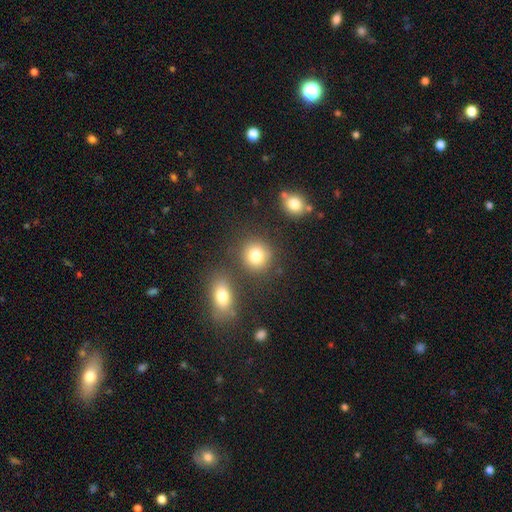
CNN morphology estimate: A smooth galaxy with no disk features (82%) that is round (83%).

Vote fractions:
- Smooth or featured? smooth: 82% / star or artifact: 11% / featured or disk: 8%
- How rounded? round: 83% / in between: 16% / cigar-shaped: 1%
- Merging? none: 76% / merger: 11% / minor disturbance: 9% / major disturbance: 4%